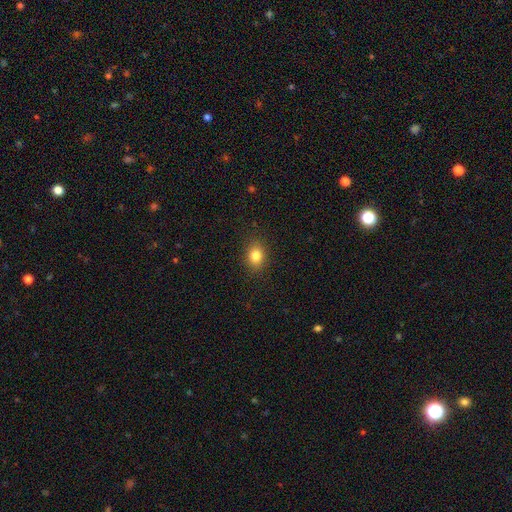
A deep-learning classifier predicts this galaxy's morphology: A smooth galaxy with no disk features (82%) that is in between round and cigar-shaped (56%).

Vote fractions:
- Smooth or featured? smooth: 82% / star or artifact: 11% / featured or disk: 7%
- How rounded? in between: 56% / round: 43% / cigar-shaped: 1%
- Merging? none: 88% / minor disturbance: 9% / major disturbance: 2% / merger: 1%